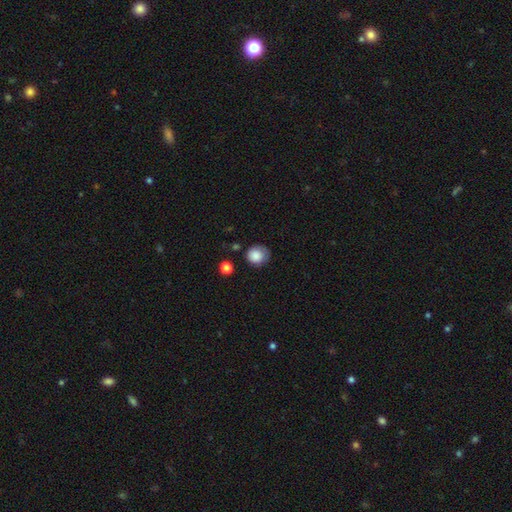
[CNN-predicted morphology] Smooth or featured?
  - smooth: 82% *
  - featured or disk: 9%
  - star or artifact: 9%
How rounded?
  - round: 82% *
  - in between: 17%
  - cigar-shaped: 1%
Merging?
  - none: 62% *
  - minor disturbance: 27%
  - major disturbance: 8%
  - merger: 3%